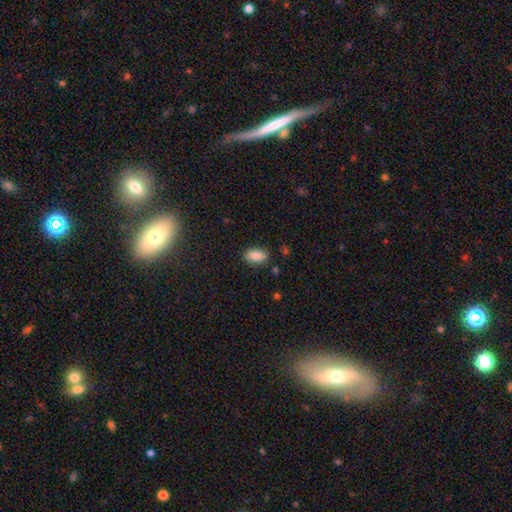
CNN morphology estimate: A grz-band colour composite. It shows a smooth galaxy with no disk features (85%) that is in between round and cigar-shaped (90%). Merging: none (84%).